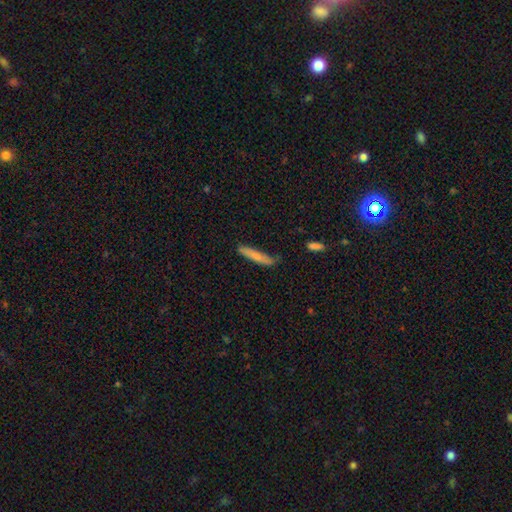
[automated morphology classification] smooth-or-featured: smooth: 74% | featured or disk: 20% | star or artifact: 6%
  how-rounded: cigar-shaped: 90% | in between: 8% | round: 1%
  merging: none: 73% | minor disturbance: 21% | major disturbance: 4% | merger: 3%